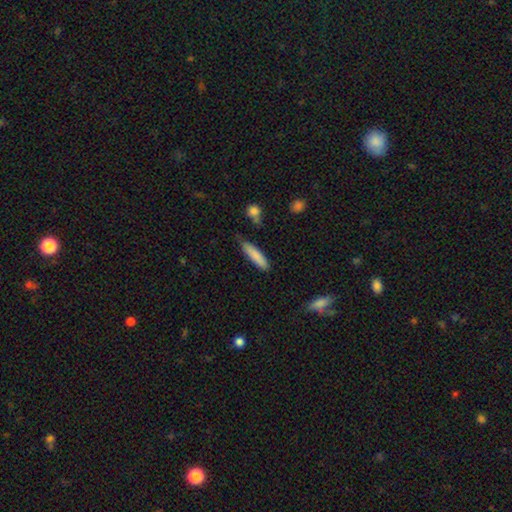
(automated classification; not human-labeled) smooth_or_featured: smooth (p=0.84) [alt: featured or disk p=0.10]
how_rounded: cigar-shaped (p=0.76) [alt: in between p=0.22]
merging: none (p=0.73) [alt: minor disturbance p=0.20]